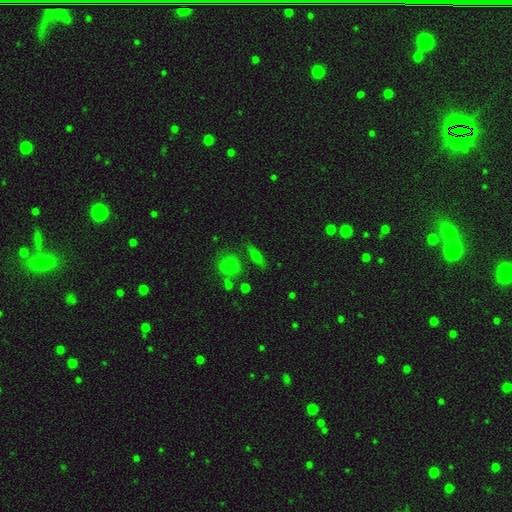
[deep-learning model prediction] Morphology: type=smooth (49%); merging=none (78%).